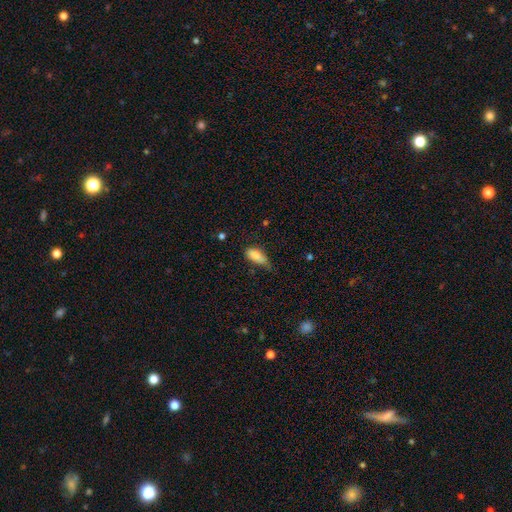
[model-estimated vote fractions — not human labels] Smooth or featured? smooth (81%)
How rounded? in between (83%)
Merging? minor disturbance (44%)